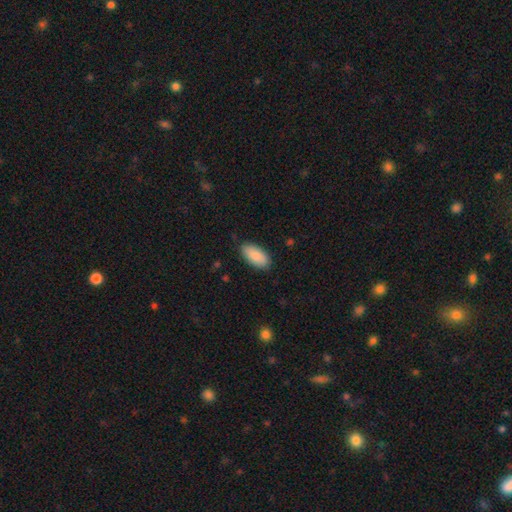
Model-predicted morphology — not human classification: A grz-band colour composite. It shows a smooth galaxy with no disk features (89%) that is in between round and cigar-shaped (92%). Merging: none (86%).